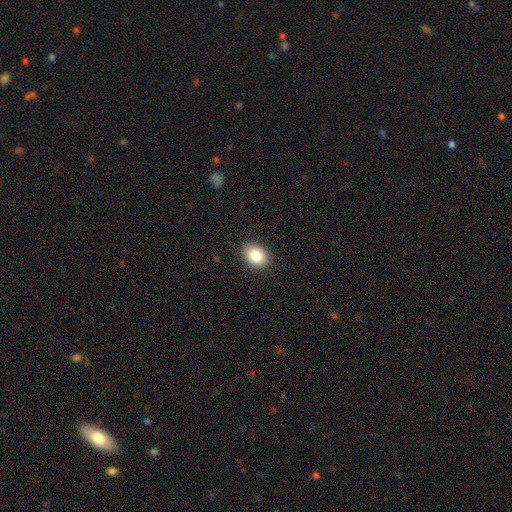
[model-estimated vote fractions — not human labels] A smooth galaxy with no disk features (85%) that is in between round and cigar-shaped (65%). Merging: none (89%).